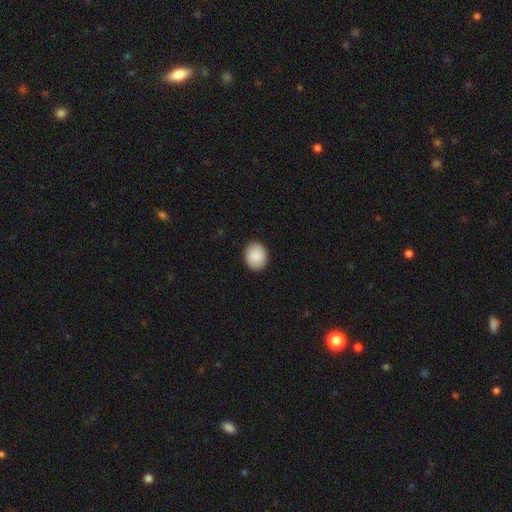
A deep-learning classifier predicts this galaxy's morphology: This is clearly a smooth galaxy (90%). How rounded: likely round (63%). Merging: clearly none (91%).